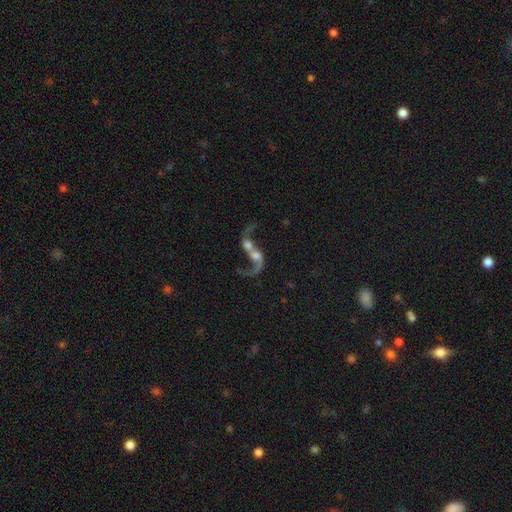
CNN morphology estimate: featured or disk 72%, smooth 19%, star or artifact 9%. Down the decision tree: edge-on disk — no (95%); bar — no (61%); spiral arms — yes (78%); spiral arm count — 2 (67%); spiral winding — loose (88%); bulge size — moderate (39%); merging — merger (70%).